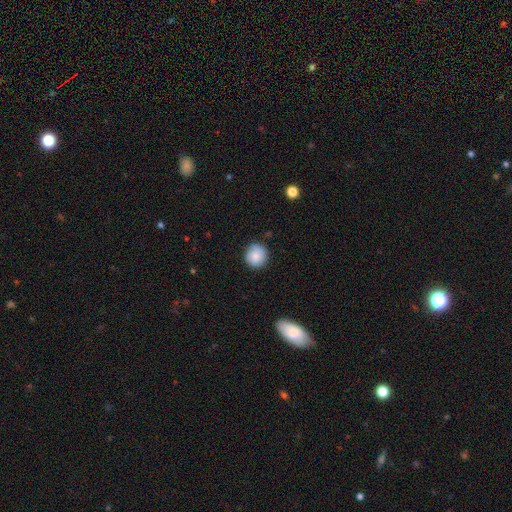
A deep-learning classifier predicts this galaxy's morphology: A smooth galaxy with no disk features (83%) that is round (93%).

Vote fractions:
- Smooth or featured? smooth: 83% / featured or disk: 9% / star or artifact: 8%
- How rounded? round: 93% / in between: 6% / cigar-shaped: 1%
- Merging? none: 87% / minor disturbance: 10% / major disturbance: 2% / merger: 1%